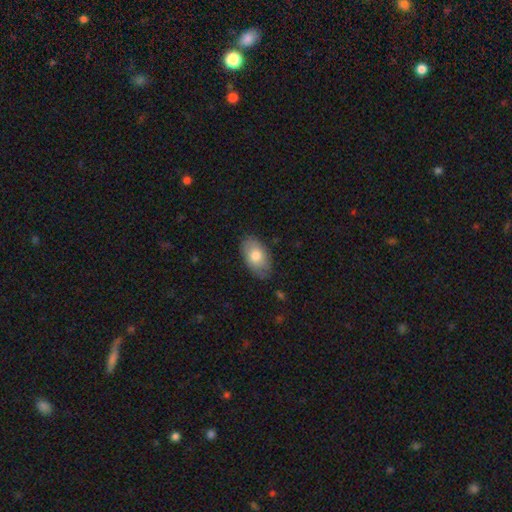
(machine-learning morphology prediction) smooth_or_featured: smooth (p=0.76) [alt: featured or disk p=0.18]
how_rounded: in between (p=0.93) [alt: round p=0.06]
merging: none (p=0.78) [alt: minor disturbance p=0.17]